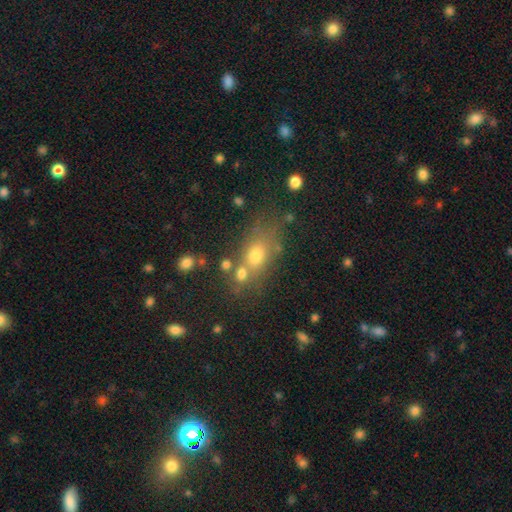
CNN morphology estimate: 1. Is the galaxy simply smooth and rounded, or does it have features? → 67% smooth, 17% star or artifact, 17% featured or disk.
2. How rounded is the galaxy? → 64% in between, 30% round, 6% cigar-shaped.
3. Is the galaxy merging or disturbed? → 53% none, 24% merger, 15% minor disturbance, 8% major disturbance.